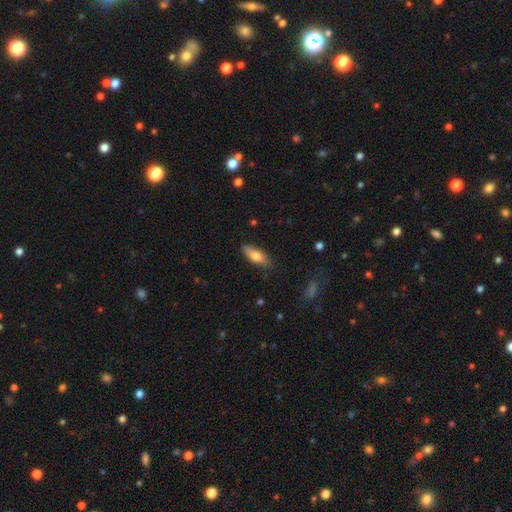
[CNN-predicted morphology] smooth_or_featured: smooth (p=0.74) [alt: featured or disk p=0.20]
how_rounded: in between (p=0.69) [alt: cigar-shaped p=0.28]
merging: none (p=0.79) [alt: minor disturbance p=0.17]